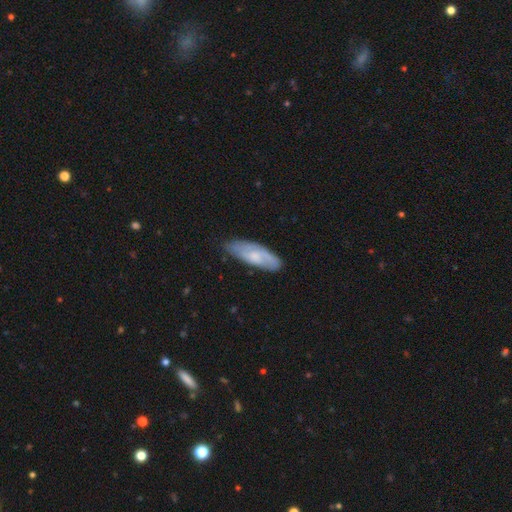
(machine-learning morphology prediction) This is possibly a smooth galaxy (51%). How rounded: likely in between (63%). Merging: likely none (68%).